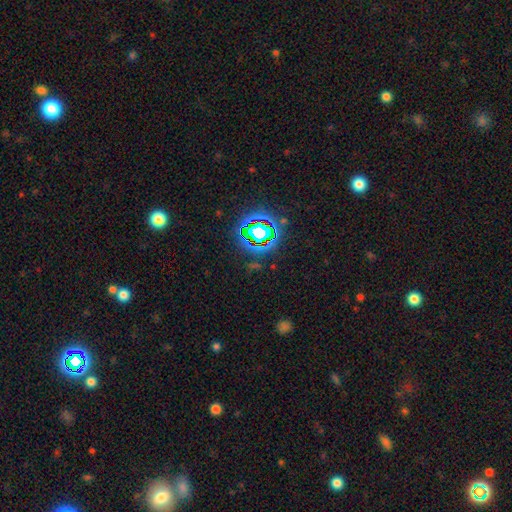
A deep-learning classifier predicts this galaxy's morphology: Q: Smooth or featured?
A: star or artifact (78%); runner-up: smooth (14%)